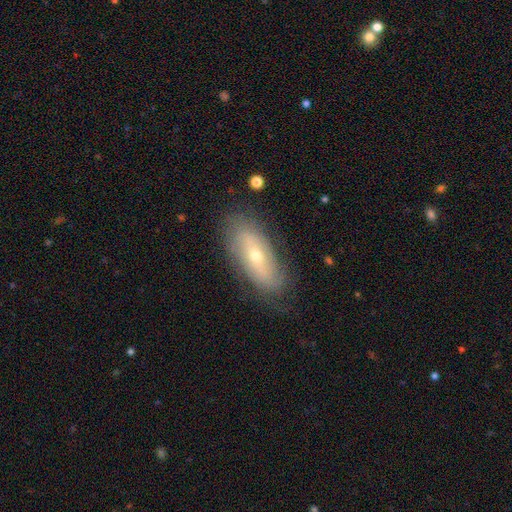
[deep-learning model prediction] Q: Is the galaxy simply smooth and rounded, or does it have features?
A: featured or disk — 58%.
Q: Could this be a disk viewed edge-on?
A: no — 79%.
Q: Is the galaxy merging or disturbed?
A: none — 78%.